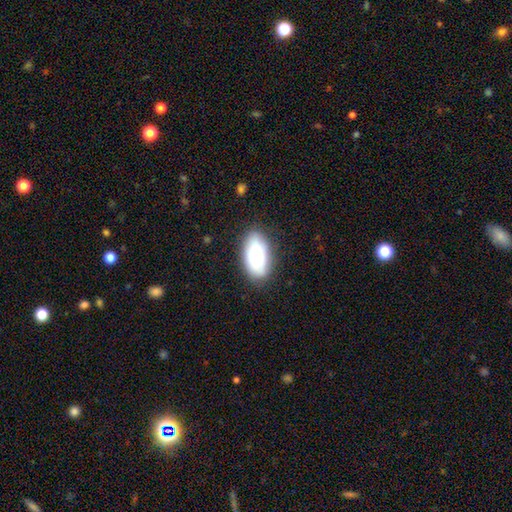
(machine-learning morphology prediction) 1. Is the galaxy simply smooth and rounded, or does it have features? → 84% smooth, 9% featured or disk, 7% star or artifact.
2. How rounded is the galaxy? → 93% in between, 3% round, 3% cigar-shaped.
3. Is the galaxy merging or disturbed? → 80% none, 15% minor disturbance, 4% major disturbance, 1% merger.